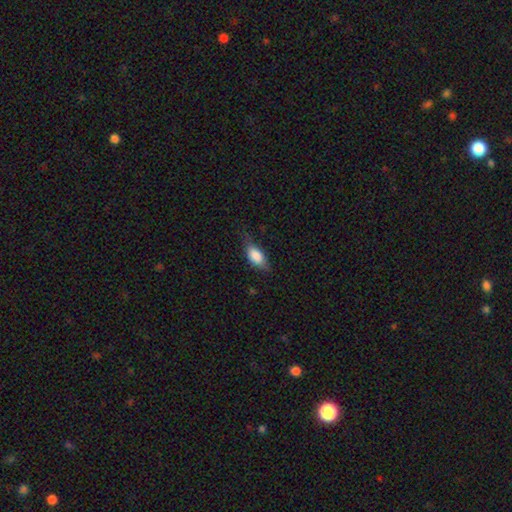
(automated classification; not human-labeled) The model was most divided on "merging": none: 54%, minor disturbance: 33%, major disturbance: 11%, merger: 2%. More confident: how rounded — in between (86%); smooth or featured — smooth (81%).